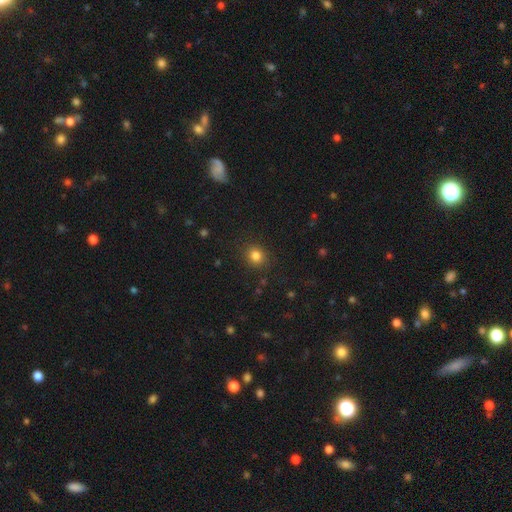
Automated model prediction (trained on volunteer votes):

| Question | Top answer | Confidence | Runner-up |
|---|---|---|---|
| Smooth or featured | smooth | 82% | star or artifact (12%) |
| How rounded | round | 77% | in between (22%) |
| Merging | none | 88% | minor disturbance (8%) |